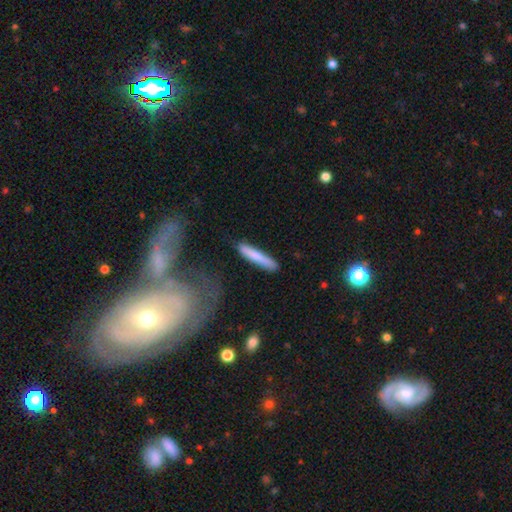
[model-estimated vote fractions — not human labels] smooth-or-featured: smooth: 75% | featured or disk: 20% | star or artifact: 6%
  how-rounded: cigar-shaped: 92% | in between: 7% | round: 1%
  merging: none: 85% | minor disturbance: 10% | major disturbance: 2% | merger: 2%